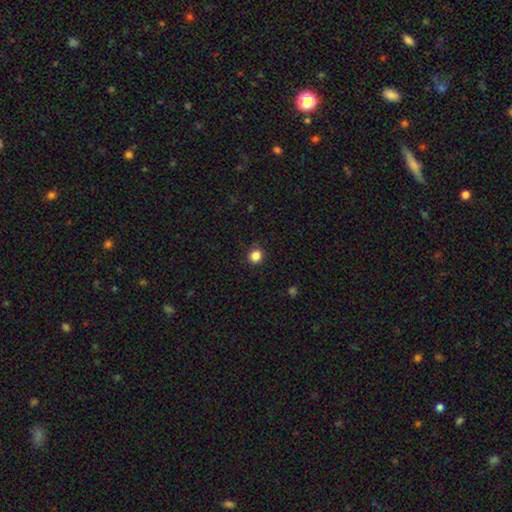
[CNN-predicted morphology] Smooth or featured?
  - smooth: 86% *
  - star or artifact: 11%
  - featured or disk: 3%
How rounded?
  - round: 83% *
  - in between: 16%
  - cigar-shaped: 1%
Merging?
  - none: 87% *
  - minor disturbance: 9%
  - major disturbance: 2%
  - merger: 1%